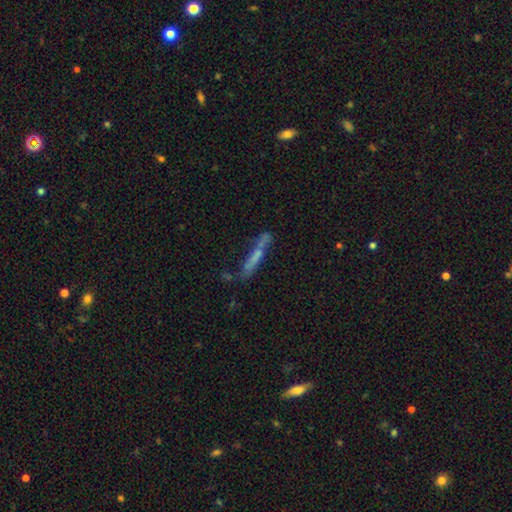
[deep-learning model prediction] This appears to be a smooth galaxy with no disk features (46%). Merging: none (61%).